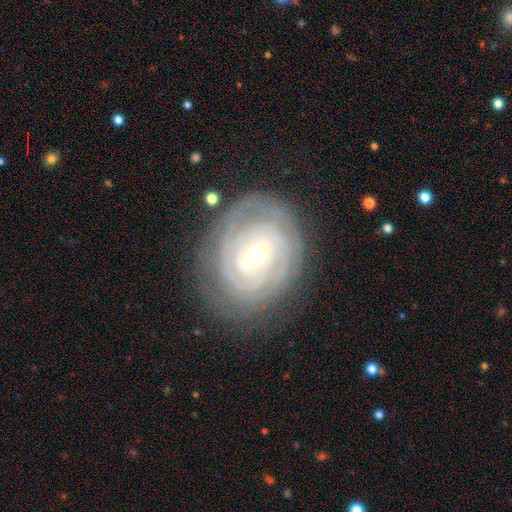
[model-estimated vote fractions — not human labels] smooth-or-featured: featured or disk: 86% | smooth: 9% | star or artifact: 5%
  disk-edge-on: no: 97% | yes: 3%
    bar: weak: 46% | no: 33% | strong: 21%
    has-spiral-arms: yes: 95% | no: 5%
      spiral-winding: tight: 85% | medium: 12% | loose: 3%
      spiral-arm-count: can't tell: 35% | 2: 20% | 3: 19% | 4: 14% | more than 4: 7% | 1: 5%
    bulge-size: small: 49% | moderate: 47% | large: 2% | none: 1% | dominant: 1%
  merging: none: 80% | minor disturbance: 14% | major disturbance: 5% | merger: 1%